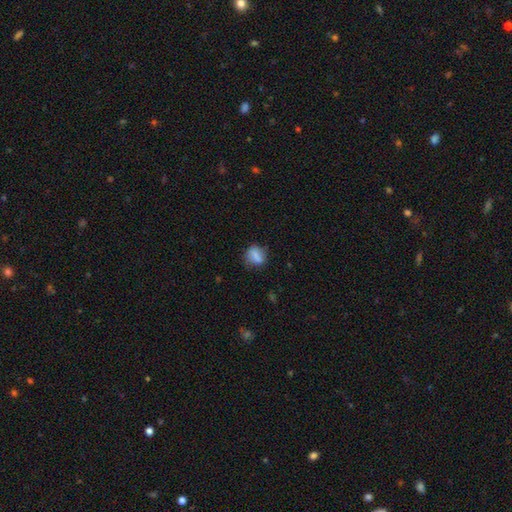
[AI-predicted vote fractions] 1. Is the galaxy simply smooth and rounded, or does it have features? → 75% smooth, 17% featured or disk, 9% star or artifact.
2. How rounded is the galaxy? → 52% in between, 42% round, 6% cigar-shaped.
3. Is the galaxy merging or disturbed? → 70% none, 21% minor disturbance, 7% major disturbance, 3% merger.